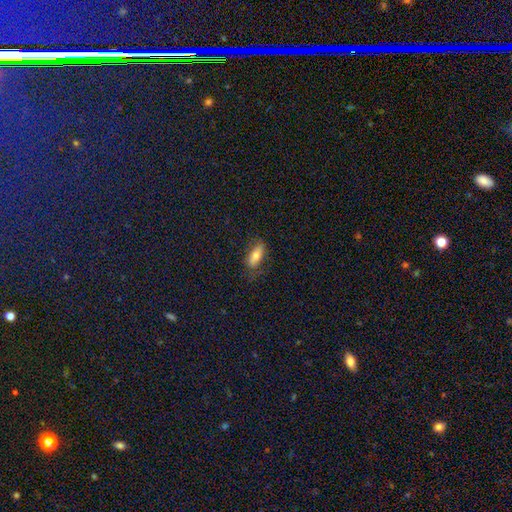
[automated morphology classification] Overall: smooth (71%). How rounded: in between (78%). Merging: none (74%).